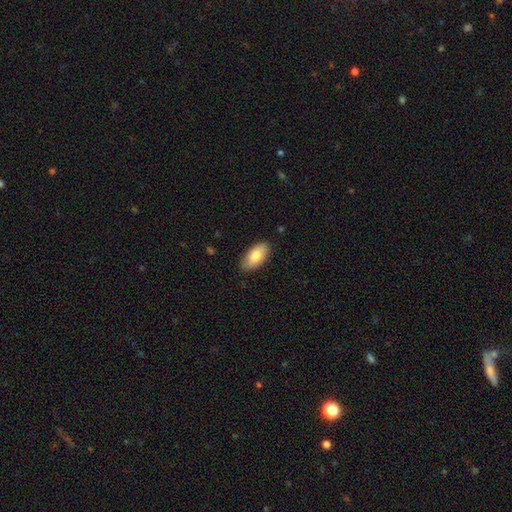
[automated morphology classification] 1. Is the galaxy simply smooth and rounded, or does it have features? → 81% smooth, 13% featured or disk, 6% star or artifact.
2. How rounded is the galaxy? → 94% in between, 4% cigar-shaped, 2% round.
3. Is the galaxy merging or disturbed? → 85% none, 12% minor disturbance, 2% major disturbance, 1% merger.